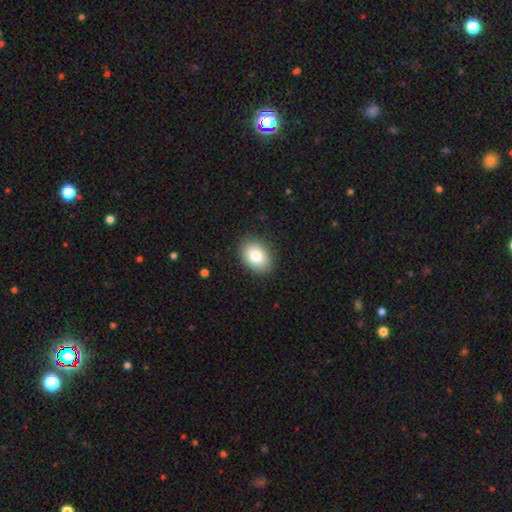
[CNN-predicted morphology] A smooth galaxy with no disk features (81%) that is in between round and cigar-shaped (77%). Merging: none (88%).